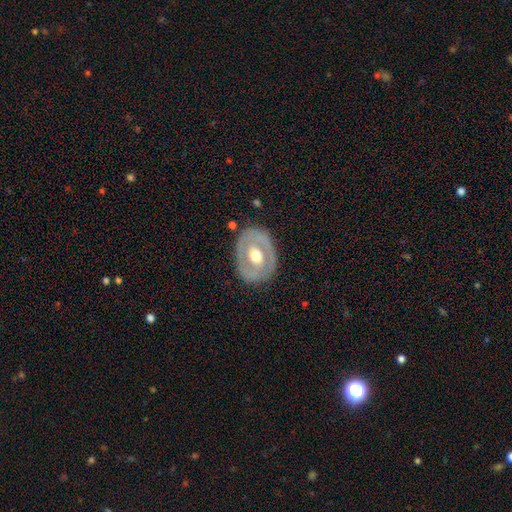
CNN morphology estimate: Smooth or featured? Predicted: featured or disk (p=0.62). Edge-on disk? Predicted: no (p=0.93). Bar? Predicted: no (p=0.68). Spiral arms? Predicted: no (p=0.78). Bulge size? Predicted: moderate (p=0.69). Merging? Predicted: none (p=0.78).